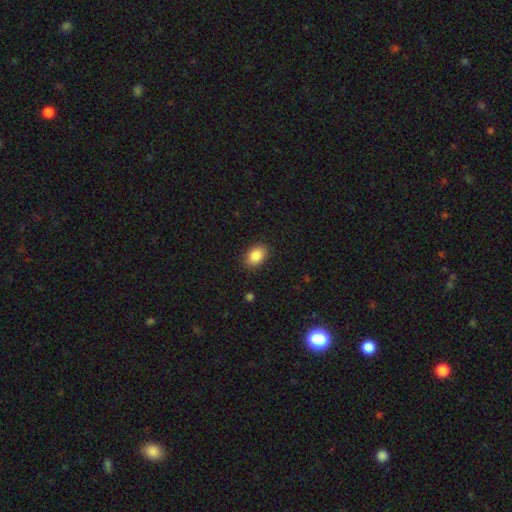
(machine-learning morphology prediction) smooth_or_featured: smooth (p=0.87) [alt: star or artifact p=0.08]
how_rounded: in between (p=0.78) [alt: round p=0.21]
merging: none (p=0.87) [alt: minor disturbance p=0.09]